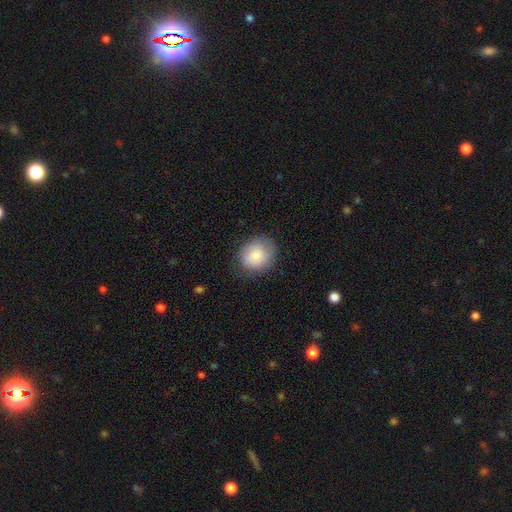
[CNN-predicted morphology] A smooth galaxy with no disk features (84%) that is round (69%).

Vote fractions:
- Smooth or featured? smooth: 84% / featured or disk: 9% / star or artifact: 7%
- How rounded? round: 69% / in between: 31% / cigar-shaped: 1%
- Merging? none: 76% / minor disturbance: 18% / major disturbance: 5% / merger: 1%